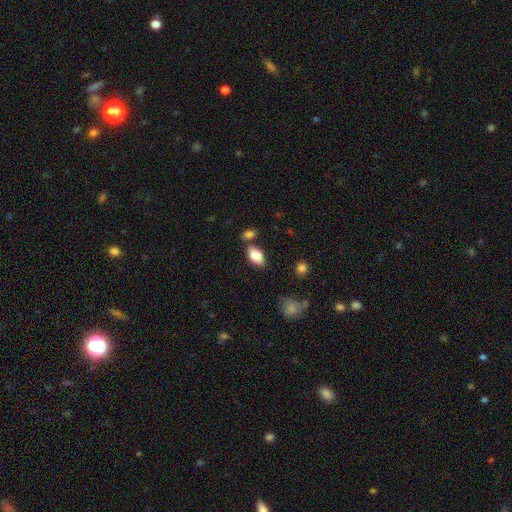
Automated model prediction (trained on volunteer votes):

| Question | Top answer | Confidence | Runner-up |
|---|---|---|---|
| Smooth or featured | smooth | 82% | featured or disk (11%) |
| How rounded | in between | 92% | round (5%) |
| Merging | none | 75% | minor disturbance (12%) |